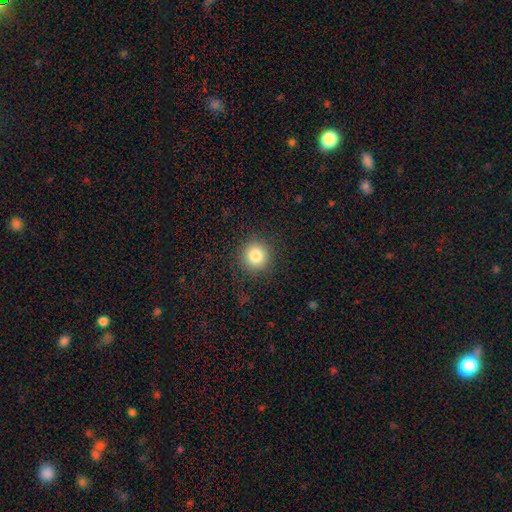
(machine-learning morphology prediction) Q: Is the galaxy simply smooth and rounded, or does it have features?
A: smooth — 83%.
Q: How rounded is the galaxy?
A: round — 93%.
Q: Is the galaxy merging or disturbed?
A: none — 90%.